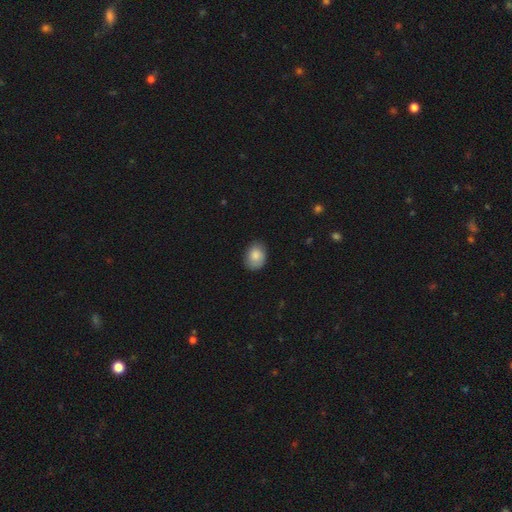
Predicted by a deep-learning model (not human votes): Smooth or featured: smooth — 84% (featured or disk — 8%)
How rounded: in between — 61% (round — 38%)
Merging: none — 76% (minor disturbance — 19%)